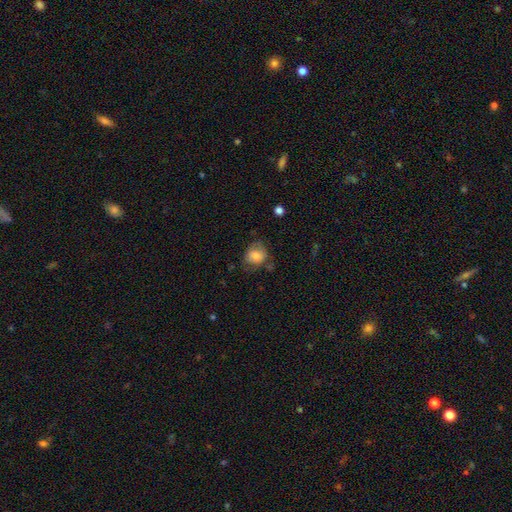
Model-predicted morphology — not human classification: smooth_or_featured: smooth (p=0.73) [alt: featured or disk p=0.19]
how_rounded: round (p=0.60) [alt: in between p=0.39]
merging: none (p=0.56) [alt: minor disturbance p=0.27]